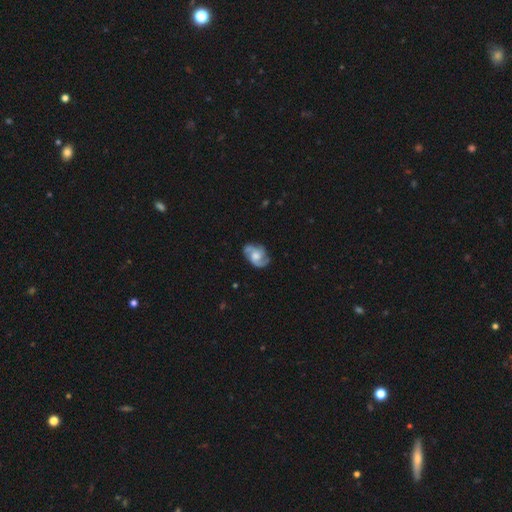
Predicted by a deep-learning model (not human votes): Smooth or featured?
  - featured or disk: 81% *
  - smooth: 13%
  - star or artifact: 6%
Edge-on disk?
  - no: 97% *
  - yes: 3%
Bar?
  - no: 63% *
  - weak: 31%
  - strong: 5%
Spiral arms?
  - yes: 96% *
  - no: 4%
Spiral winding?
  - medium: 52% *
  - tight: 27%
  - loose: 21%
Spiral arm count?
  - 2: 60% *
  - 3: 25%
  - can't tell: 7%
  - 4: 3%
  - 1: 3%
  - more than 4: 2%
Bulge size?
  - moderate: 52% *
  - large: 24%
  - small: 15%
  - none: 7%
  - dominant: 2%
Merging?
  - none: 74% *
  - minor disturbance: 18%
  - major disturbance: 7%
  - merger: 2%